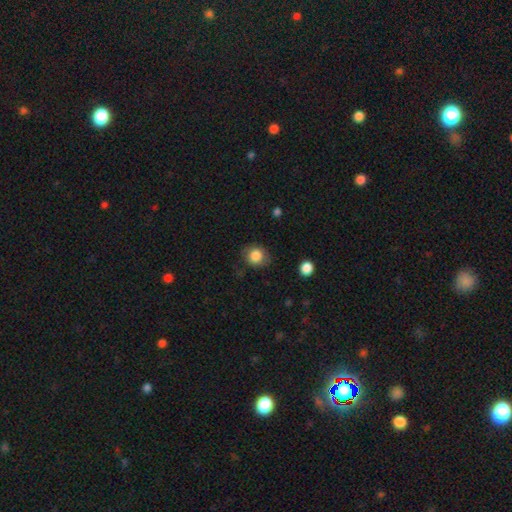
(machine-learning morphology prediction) smooth-or-featured: smooth: 84% | star or artifact: 9% | featured or disk: 7%
  how-rounded: round: 79% | in between: 20% | cigar-shaped: 1%
  merging: none: 77% | minor disturbance: 16% | major disturbance: 5% | merger: 1%